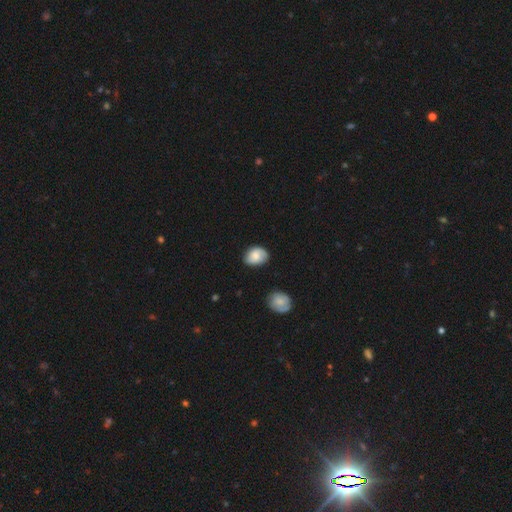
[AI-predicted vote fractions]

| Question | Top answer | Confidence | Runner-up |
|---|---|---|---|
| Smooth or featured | smooth | 69% | featured or disk (23%) |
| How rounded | in between | 70% | round (29%) |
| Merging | none | 72% | minor disturbance (22%) |